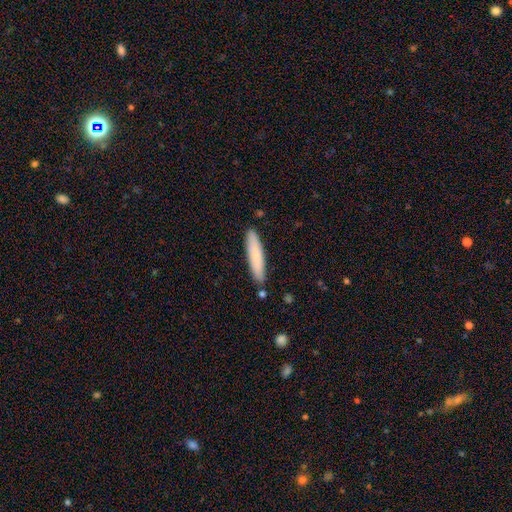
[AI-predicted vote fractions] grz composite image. It shows a smooth galaxy with no disk features (78%) that is cigar-shaped (87%). Merging: none (87%).